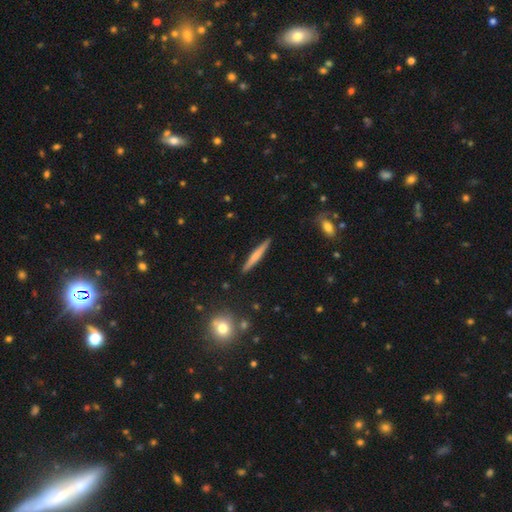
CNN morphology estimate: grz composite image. It shows a smooth galaxy with no disk features (52%) that is cigar-shaped (94%). Merging: none (90%).